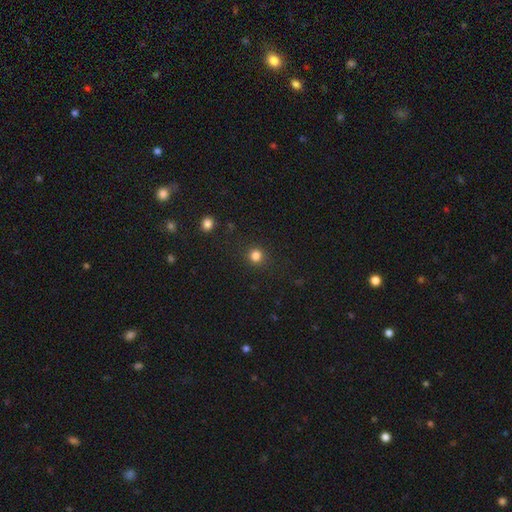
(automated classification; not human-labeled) A smooth galaxy with no disk features (82%) that is round (91%).

Vote fractions:
- Smooth or featured? smooth: 82% / star or artifact: 14% / featured or disk: 4%
- How rounded? round: 91% / in between: 8% / cigar-shaped: 1%
- Merging? none: 89% / minor disturbance: 7% / major disturbance: 3% / merger: 2%